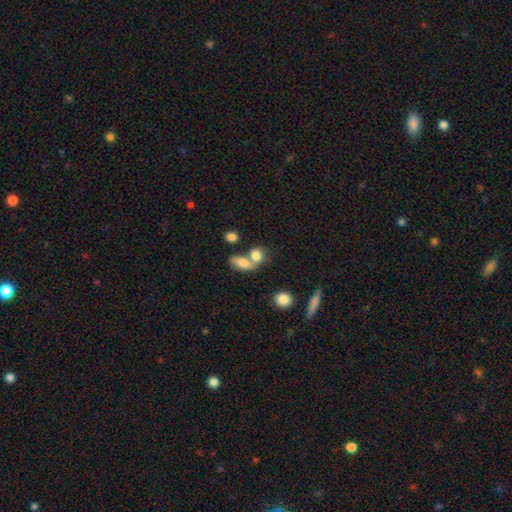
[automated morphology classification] A smooth galaxy with no disk features (78%) that is in between round and cigar-shaped (53%). Merging: merger (57%).